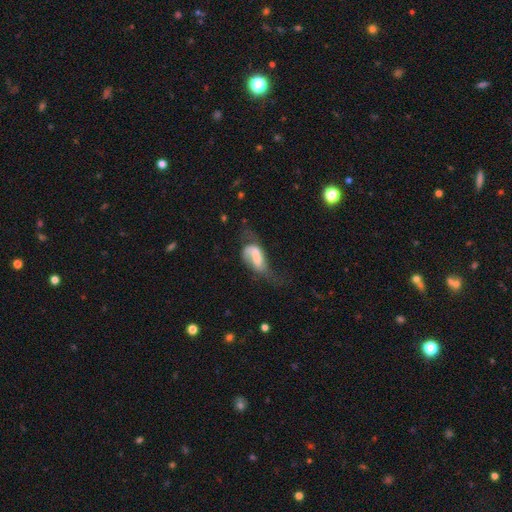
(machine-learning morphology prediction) This appears to be a smooth galaxy with no disk features (47%). Merging: major disturbance (53%).